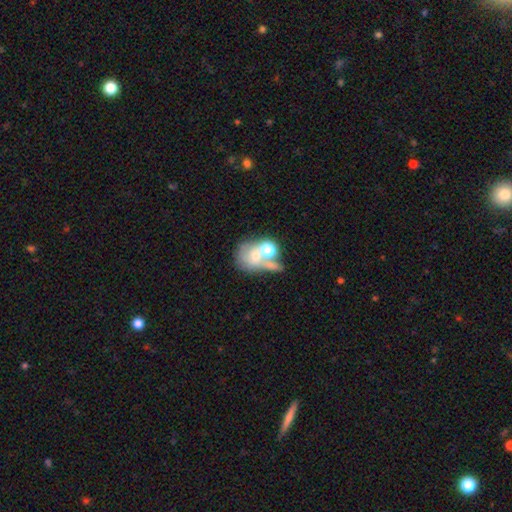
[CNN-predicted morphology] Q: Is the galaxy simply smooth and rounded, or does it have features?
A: smooth — 55%.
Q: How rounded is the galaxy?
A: round — 58%.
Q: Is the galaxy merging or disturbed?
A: merger — 57%.